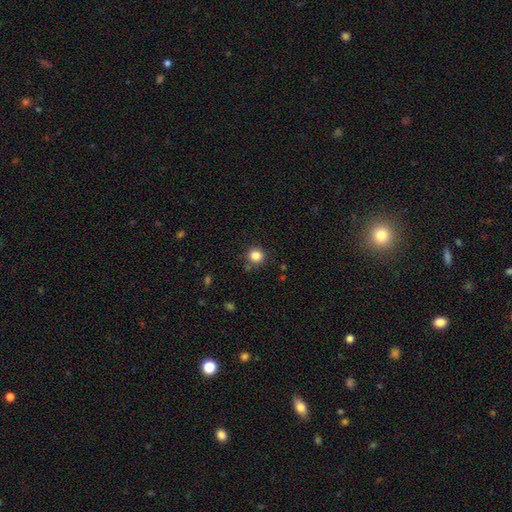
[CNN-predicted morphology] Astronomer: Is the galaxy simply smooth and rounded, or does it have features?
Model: smooth — 84%.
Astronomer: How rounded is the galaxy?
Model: round — 93%.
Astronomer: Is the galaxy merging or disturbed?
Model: none — 85%.